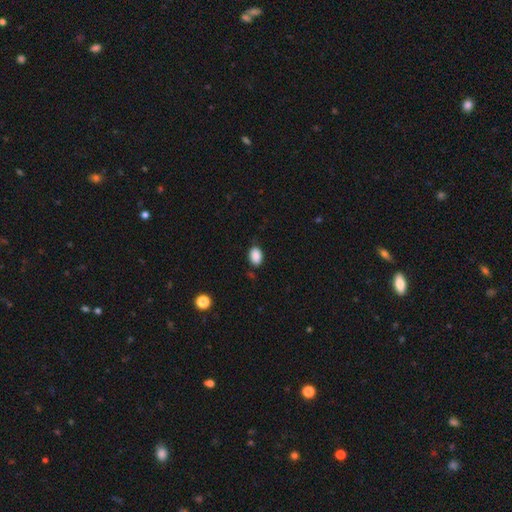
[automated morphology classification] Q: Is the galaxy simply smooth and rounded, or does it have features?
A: smooth — 89%.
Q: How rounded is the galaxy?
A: in between — 84%.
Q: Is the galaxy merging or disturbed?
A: none — 81%.